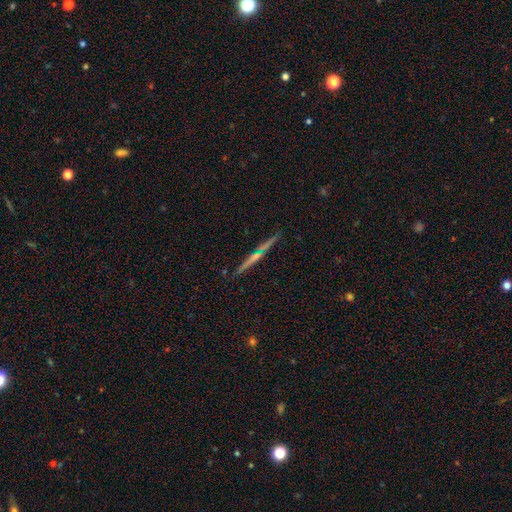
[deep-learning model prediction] Morphology: type=featured or disk (70%); edge-on=yes (98%); edge-on bulge=rounded (55%); merging=none (89%).